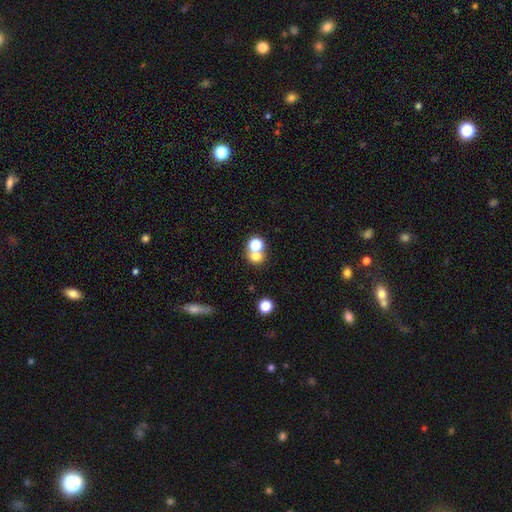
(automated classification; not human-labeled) smooth 69%, star or artifact 19%, featured or disk 12%. Down the decision tree: how rounded — round (76%); merging — none (45%).